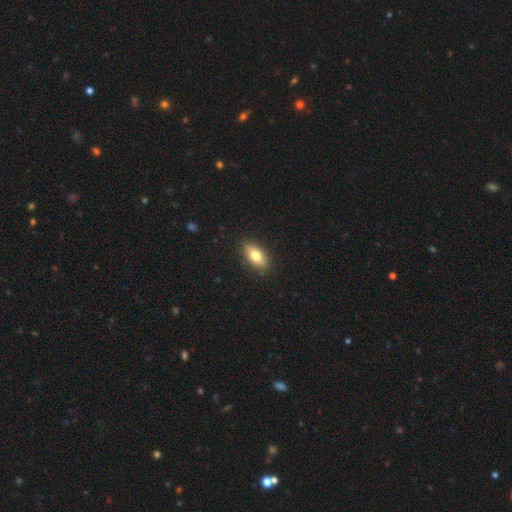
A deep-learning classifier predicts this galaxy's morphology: This appears to be a smooth galaxy with no disk features (77%) that is in between round and cigar-shaped (85%). Merging: none (87%).